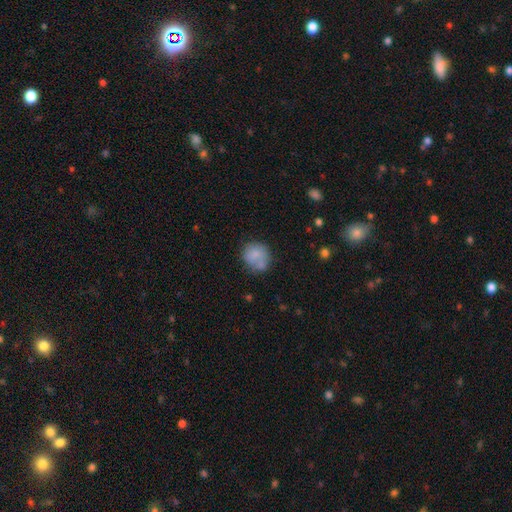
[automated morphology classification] This appears to be a smooth galaxy with no disk features (76%) that is round (80%). Merging: none (50%).